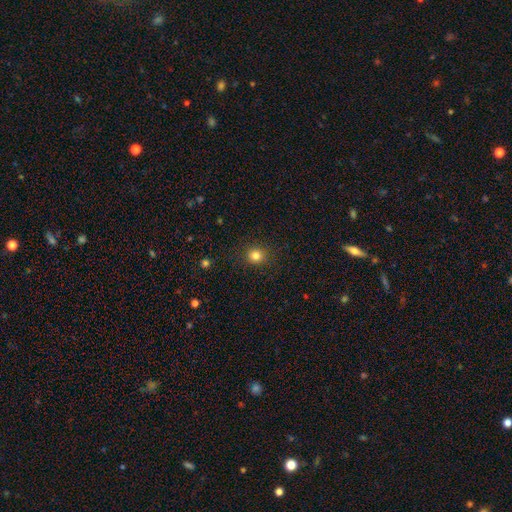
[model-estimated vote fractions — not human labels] Morphology: type=smooth (82%); roundness=round (88%); merging=none (90%).